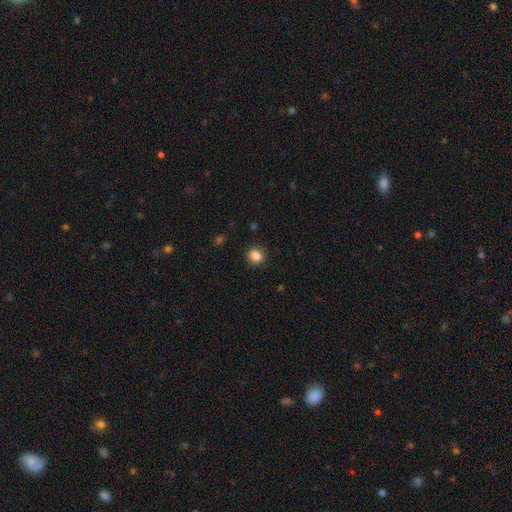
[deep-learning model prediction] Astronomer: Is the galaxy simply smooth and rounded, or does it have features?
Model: smooth — 85%.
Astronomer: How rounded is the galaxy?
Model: round — 77%.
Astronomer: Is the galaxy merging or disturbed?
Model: none — 89%.